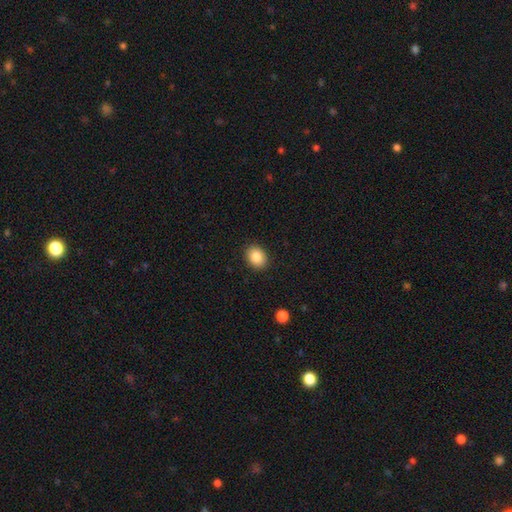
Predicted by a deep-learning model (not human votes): Smooth or featured? smooth (86%)
How rounded? in between (57%)
Merging? none (90%)